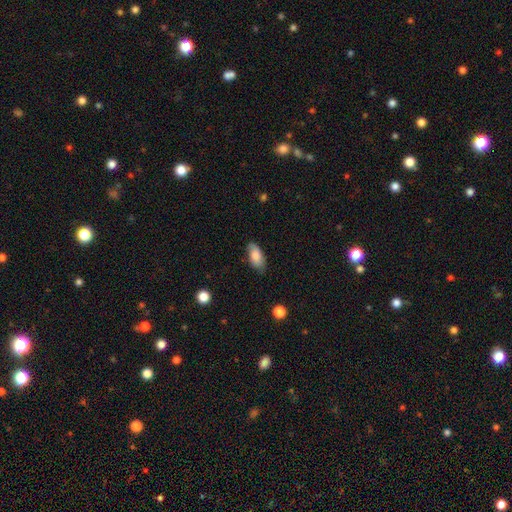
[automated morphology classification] smooth 81%, featured or disk 12%, star or artifact 7%. Down the decision tree: how rounded — in between (91%); merging — none (76%).